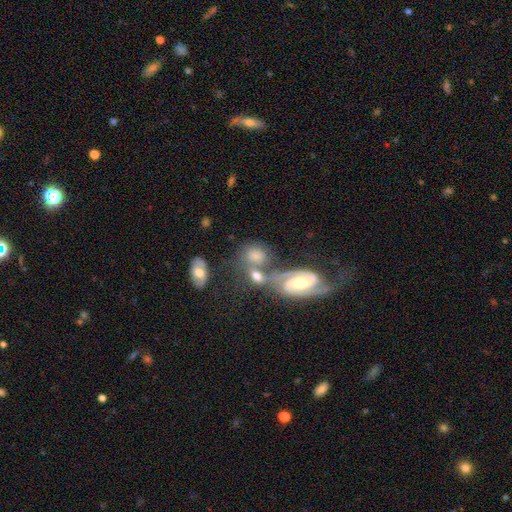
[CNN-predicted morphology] This appears to be a smooth galaxy with no disk features (49%). Merging: merger (47%).